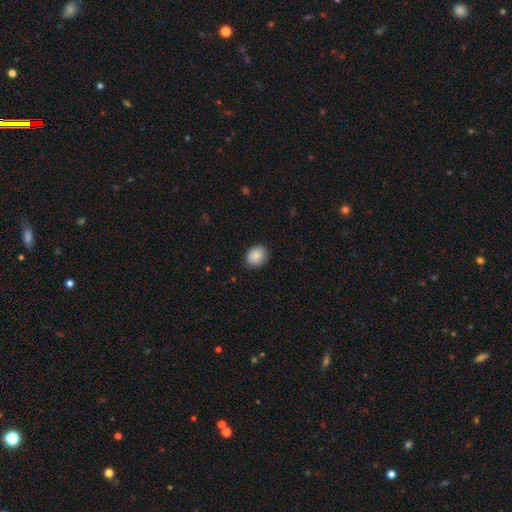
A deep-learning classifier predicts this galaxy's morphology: Overall: smooth (89%). How rounded: in between (52%; round 48%). Merging: none (85%).